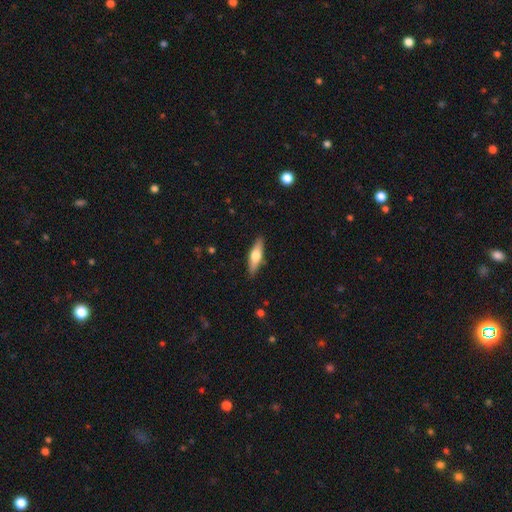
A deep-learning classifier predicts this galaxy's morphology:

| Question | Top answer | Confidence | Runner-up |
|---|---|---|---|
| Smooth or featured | smooth | 53% | featured or disk (42%) |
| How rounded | cigar-shaped | 59% | in between (38%) |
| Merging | none | 88% | minor disturbance (9%) |